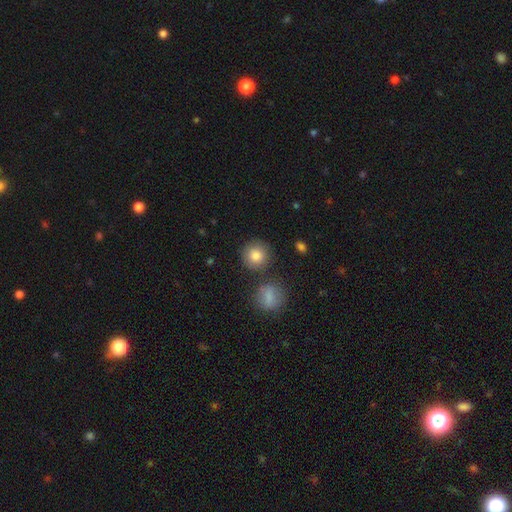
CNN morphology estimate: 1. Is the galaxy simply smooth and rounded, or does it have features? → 83% smooth, 9% star or artifact, 8% featured or disk.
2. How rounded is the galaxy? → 92% round, 7% in between, 1% cigar-shaped.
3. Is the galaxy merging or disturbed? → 78% none, 9% merger, 9% minor disturbance, 3% major disturbance.